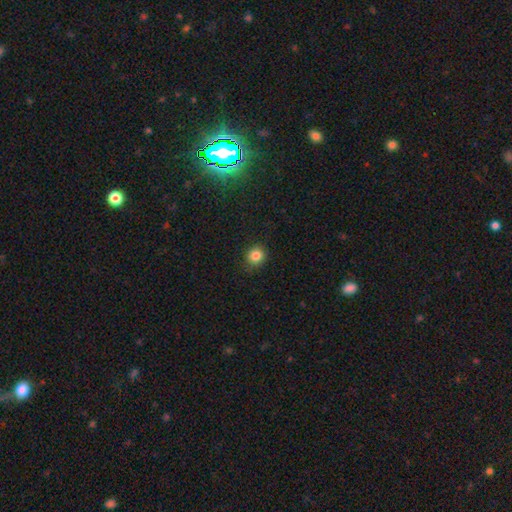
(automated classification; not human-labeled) This appears to be a smooth galaxy with no disk features (84%) that is round (83%). Merging: none (88%).